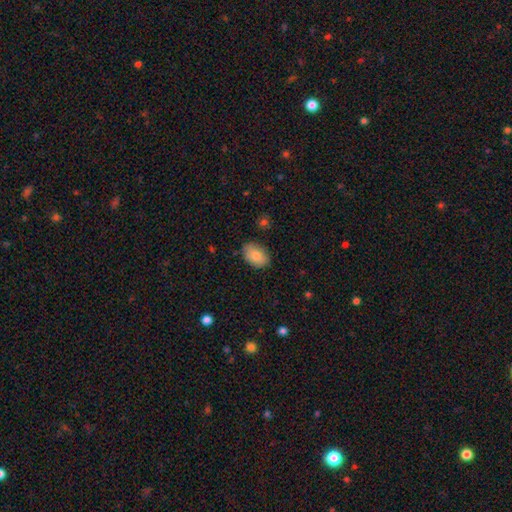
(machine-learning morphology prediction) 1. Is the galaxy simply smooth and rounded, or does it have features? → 83% smooth, 10% featured or disk, 7% star or artifact.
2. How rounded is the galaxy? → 88% in between, 11% round, 1% cigar-shaped.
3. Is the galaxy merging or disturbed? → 82% none, 14% minor disturbance, 3% major disturbance, 1% merger.